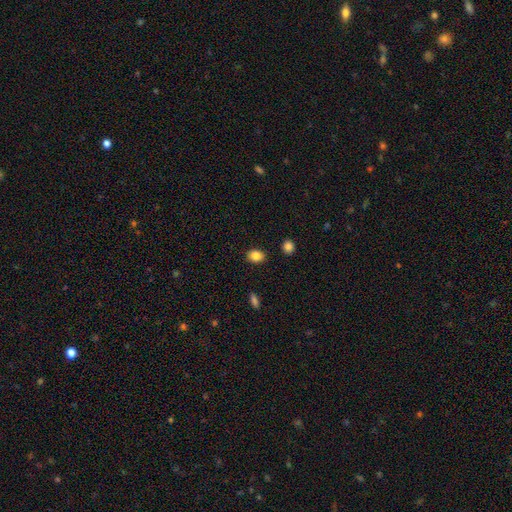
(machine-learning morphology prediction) smooth_or_featured: smooth (p=0.86) [alt: star or artifact p=0.09]
how_rounded: in between (p=0.61) [alt: round p=0.38]
merging: none (p=0.88) [alt: minor disturbance p=0.08]